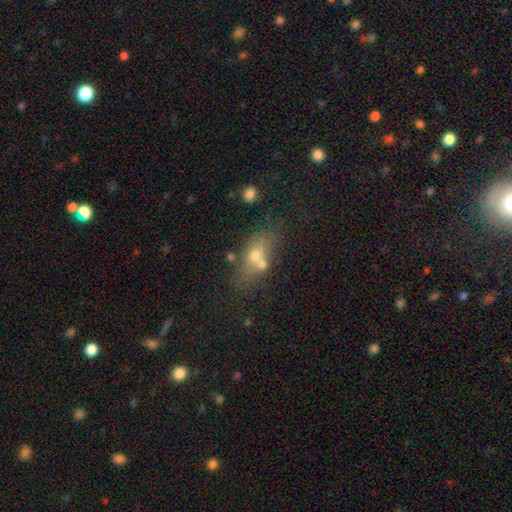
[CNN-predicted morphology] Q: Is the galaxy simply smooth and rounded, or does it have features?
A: smooth — 58%.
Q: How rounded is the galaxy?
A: in between — 68%.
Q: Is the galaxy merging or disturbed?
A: none — 44%.